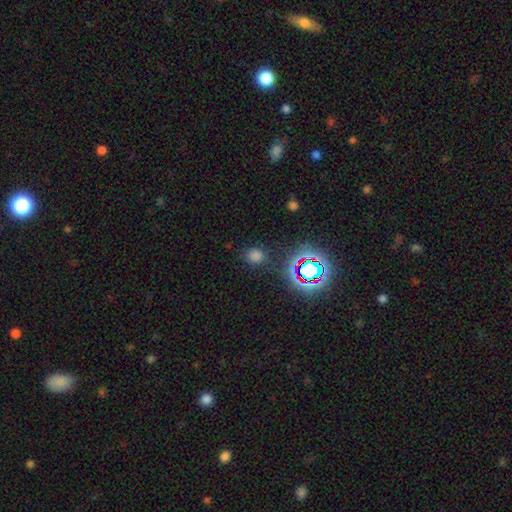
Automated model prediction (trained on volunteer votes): A smooth galaxy with no disk features (65%) that is round (75%). Merging: none (82%).